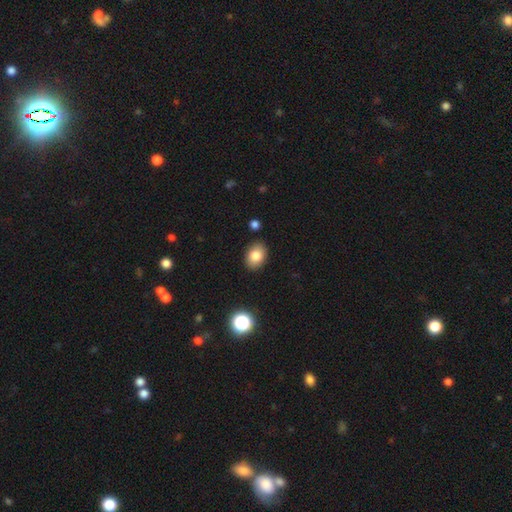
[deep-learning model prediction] A smooth galaxy with no disk features (82%) that is in between round and cigar-shaped (76%). Merging: none (87%).